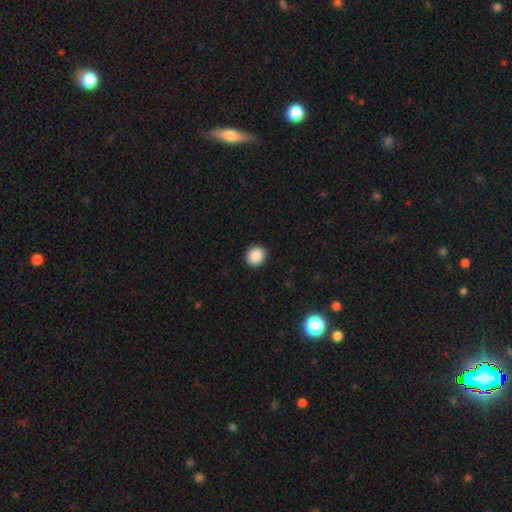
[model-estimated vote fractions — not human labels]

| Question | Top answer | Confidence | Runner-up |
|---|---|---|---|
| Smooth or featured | smooth | 89% | star or artifact (8%) |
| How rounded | round | 81% | in between (18%) |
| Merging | none | 92% | minor disturbance (6%) |